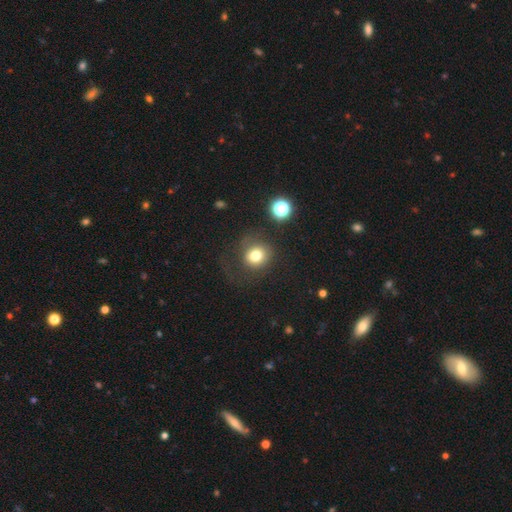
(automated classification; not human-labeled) Morphology: type=smooth (75%); roundness=round (81%); merging=none (62%).